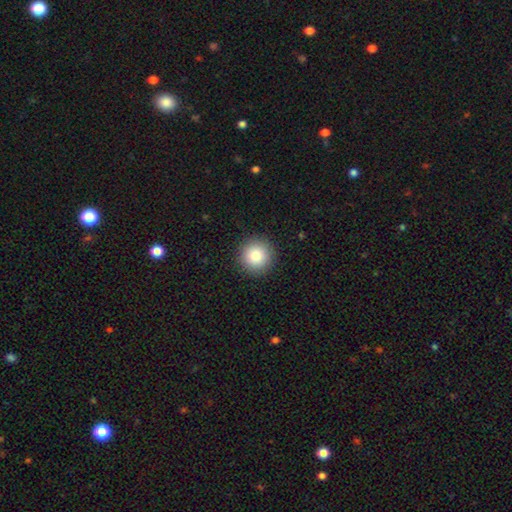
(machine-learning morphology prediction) Overall: smooth (86%). How rounded: round (95%). Merging: none (92%).